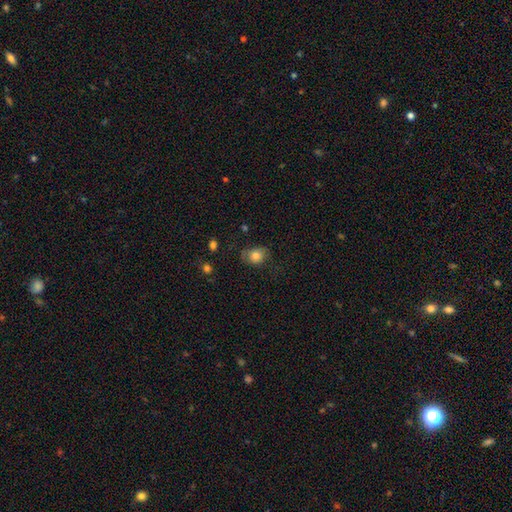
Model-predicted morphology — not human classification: This appears to be a smooth galaxy with no disk features (79%) that is in between round and cigar-shaped (58%). Merging: none (60%).